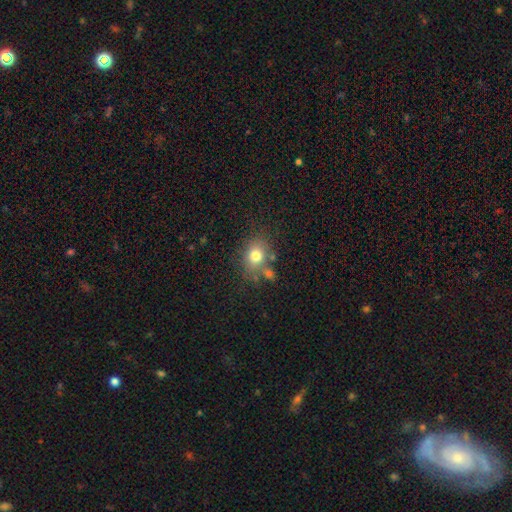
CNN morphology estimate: Smooth or featured? Predicted: smooth (p=0.75). How rounded? Predicted: round (p=0.54). Merging? Predicted: none (p=0.64).